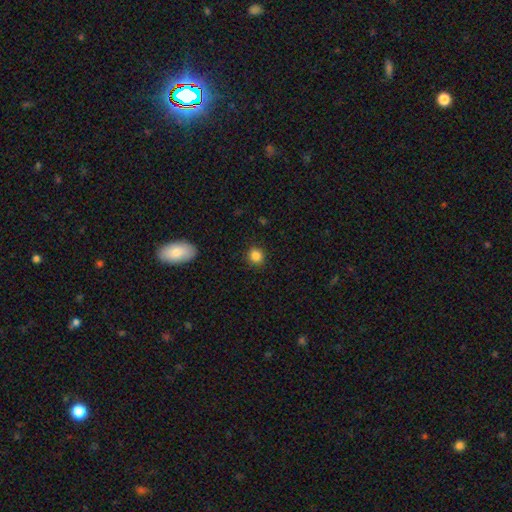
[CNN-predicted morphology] Q: Smooth or featured?
A: smooth (85%); runner-up: star or artifact (11%)
Q: How rounded?
A: round (85%); runner-up: in between (14%)
Q: Merging?
A: none (90%); runner-up: minor disturbance (7%)